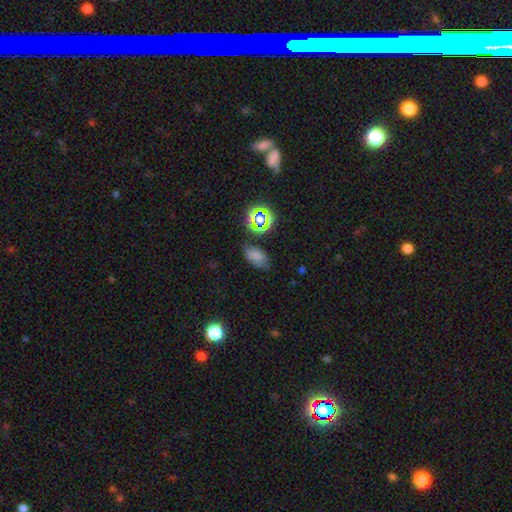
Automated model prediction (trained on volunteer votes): This is likely a smooth galaxy (66%). How rounded: clearly in between (89%). Merging: likely none (69%).